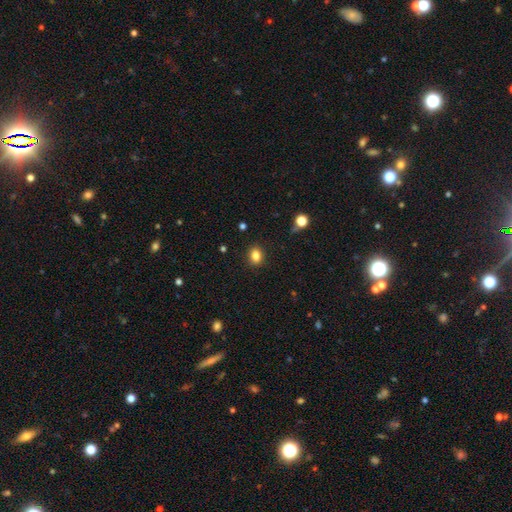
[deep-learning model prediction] This is clearly a smooth galaxy (84%). How rounded: possibly round (53%). Merging: clearly none (88%).